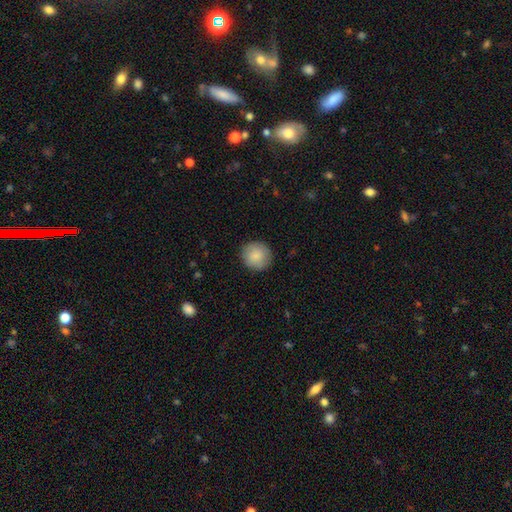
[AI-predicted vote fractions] Smooth or featured: smooth — 87% (star or artifact — 7%)
How rounded: round — 93% (in between — 6%)
Merging: none — 89% (minor disturbance — 8%)